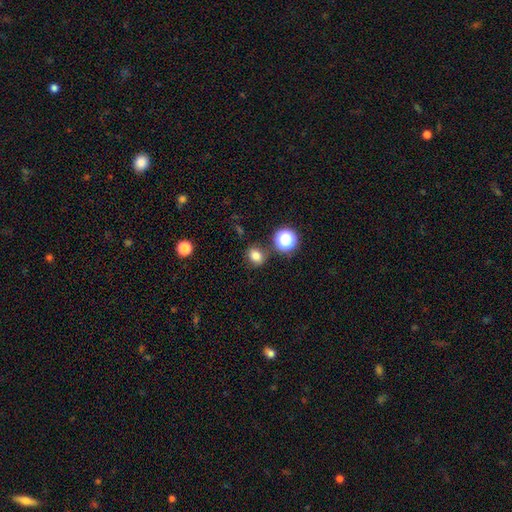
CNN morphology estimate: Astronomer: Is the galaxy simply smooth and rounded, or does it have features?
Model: smooth — 79%.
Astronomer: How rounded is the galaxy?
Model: round — 54% (runner-up: in between, 45%).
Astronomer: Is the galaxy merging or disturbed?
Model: none — 78%.